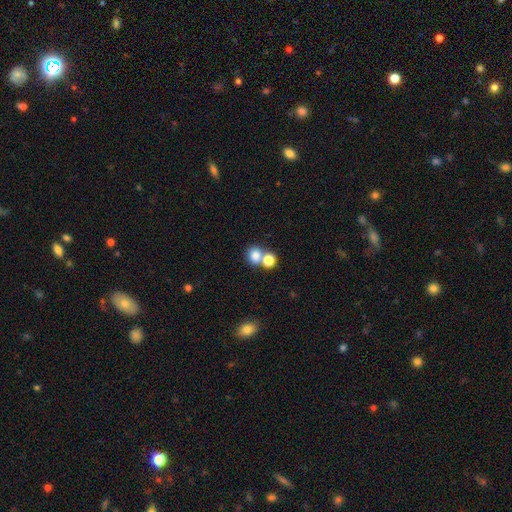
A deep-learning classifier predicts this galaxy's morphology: A smooth galaxy with no disk features (79%) that is round (76%).

Vote fractions:
- Smooth or featured? smooth: 79% / star or artifact: 12% / featured or disk: 9%
- How rounded? round: 76% / in between: 23% / cigar-shaped: 1%
- Merging? merger: 48% / none: 43% / minor disturbance: 7% / major disturbance: 3%